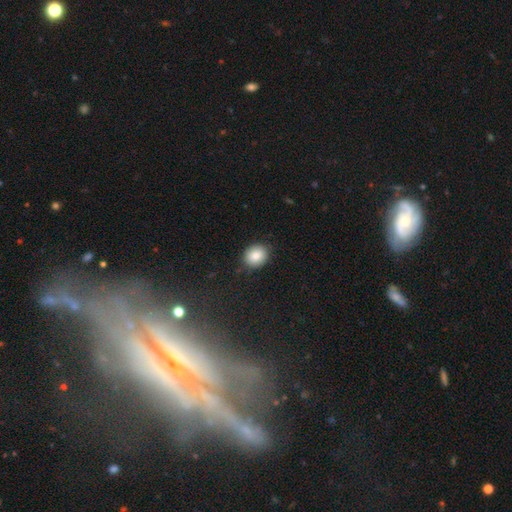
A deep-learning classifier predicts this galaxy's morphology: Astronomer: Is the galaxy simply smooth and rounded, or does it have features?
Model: smooth — 85%.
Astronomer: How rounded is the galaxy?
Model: round — 61% (runner-up: in between, 38%).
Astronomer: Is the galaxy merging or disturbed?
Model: none — 85%.